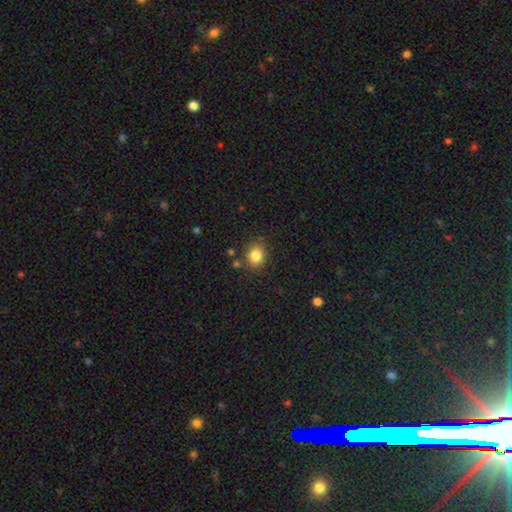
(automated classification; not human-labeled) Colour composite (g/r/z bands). It shows a smooth galaxy with no disk features (84%) that is round (57%). Merging: none (81%).